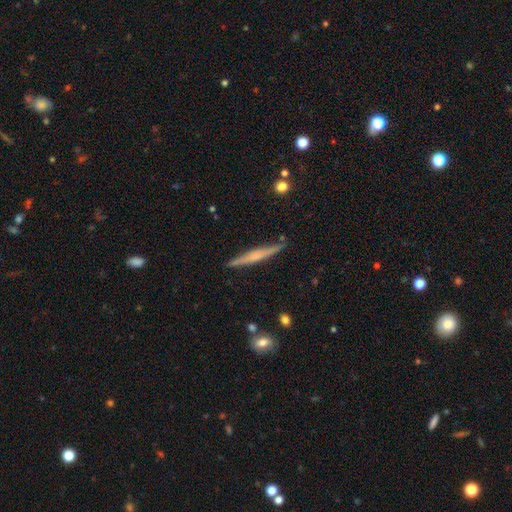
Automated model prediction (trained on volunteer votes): smooth-or-featured: featured or disk: 60% | smooth: 33% | star or artifact: 6%
  disk-edge-on: yes: 97% | no: 3%
    edge-on-bulge: rounded: 49% | none: 33% | boxy: 18%
  merging: none: 87% | minor disturbance: 10% | major disturbance: 2% | merger: 2%